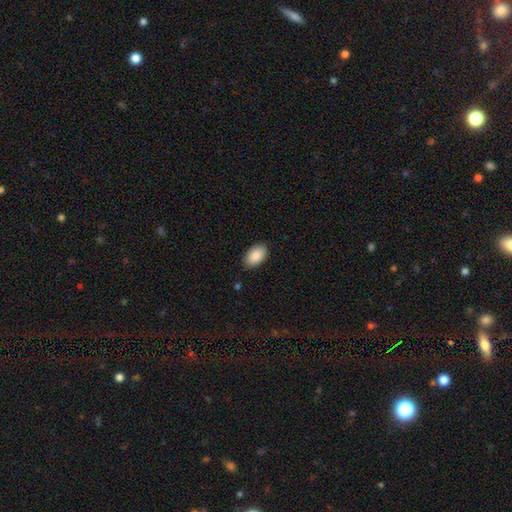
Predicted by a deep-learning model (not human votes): Overall: smooth (90%). How rounded: in between (94%). Merging: none (87%).